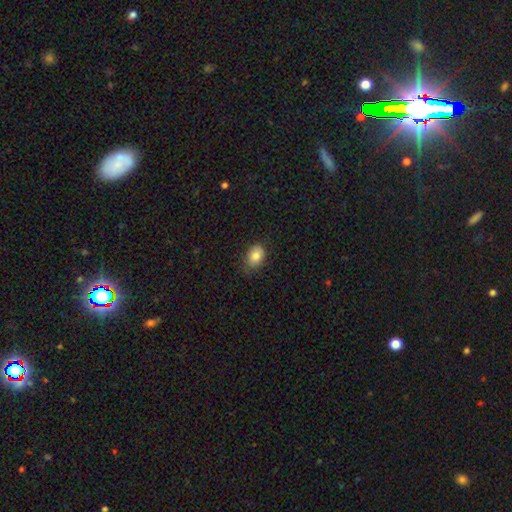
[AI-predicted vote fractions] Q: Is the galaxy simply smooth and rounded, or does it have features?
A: smooth — 83%.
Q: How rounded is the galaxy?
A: in between — 75%.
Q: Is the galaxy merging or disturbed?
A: none — 75%.